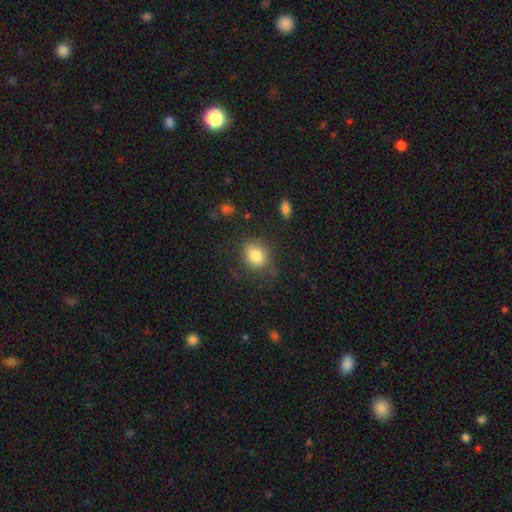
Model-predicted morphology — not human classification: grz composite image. It shows a smooth galaxy with no disk features (82%) that is round (61%). Merging: none (75%).